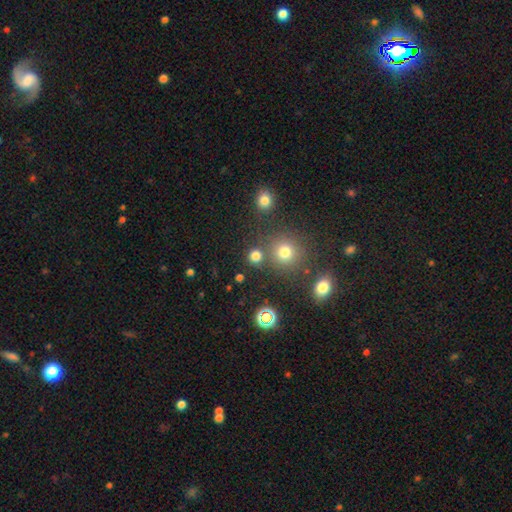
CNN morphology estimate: A smooth galaxy with no disk features (74%) that is round (90%).

Vote fractions:
- Smooth or featured? smooth: 74% / star or artifact: 21% / featured or disk: 6%
- How rounded? round: 90% / in between: 9% / cigar-shaped: 1%
- Merging? none: 78% / merger: 12% / minor disturbance: 7% / major disturbance: 4%